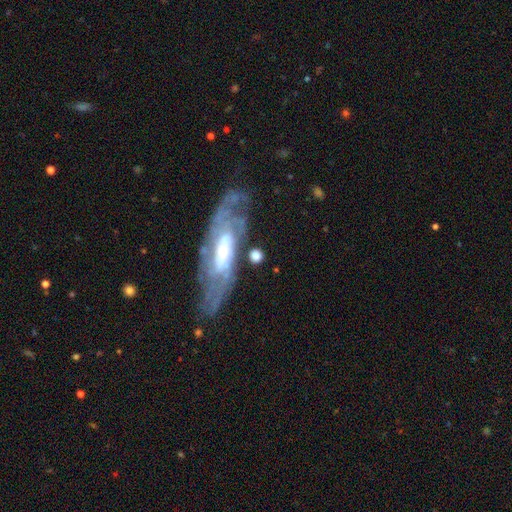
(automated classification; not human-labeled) Overall: featured or disk (56%; smooth 37%). Edge-on disk: no (76%). Merging: none (64%).